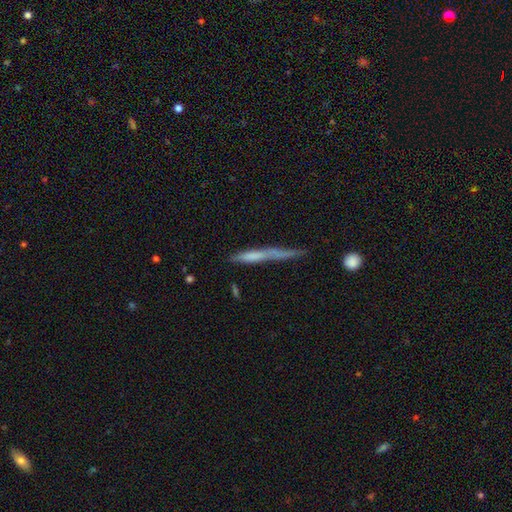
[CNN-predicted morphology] Q: Smooth or featured?
A: smooth (53%); runner-up: featured or disk (39%)
Q: How rounded?
A: cigar-shaped (95%); runner-up: in between (3%)
Q: Merging?
A: none (56%); runner-up: minor disturbance (26%)